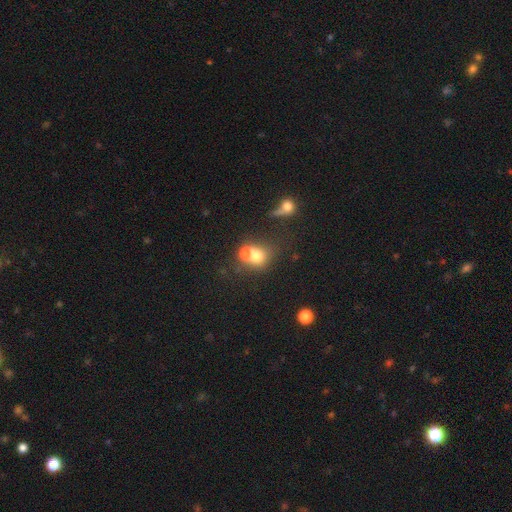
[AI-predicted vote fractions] Overall: smooth (67%). How rounded: round (70%). Merging: merger (59%; none 27%).